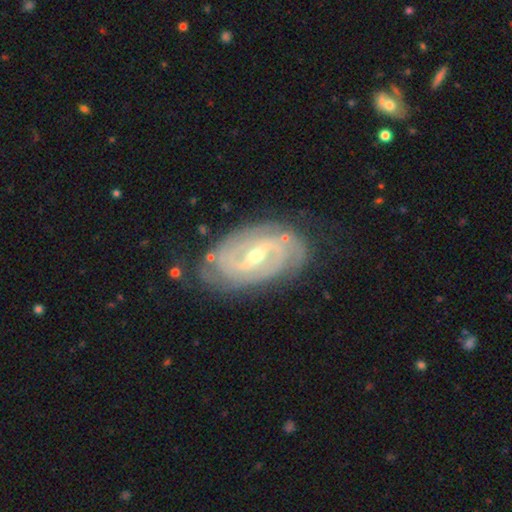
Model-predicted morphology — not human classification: Q: Smooth or featured?
A: featured or disk (90%); runner-up: star or artifact (5%)
Q: Edge-on disk?
A: no (96%); runner-up: yes (4%)
Q: Bar?
A: weak (44%); runner-up: strong (43%)
Q: Spiral arms?
A: yes (97%); runner-up: no (3%)
Q: Spiral winding?
A: tight (65%); runner-up: medium (29%)
Q: Spiral arm count?
A: 2 (54%); runner-up: can't tell (16%)
Q: Bulge size?
A: moderate (50%); runner-up: small (47%)
Q: Merging?
A: none (77%); runner-up: minor disturbance (16%)